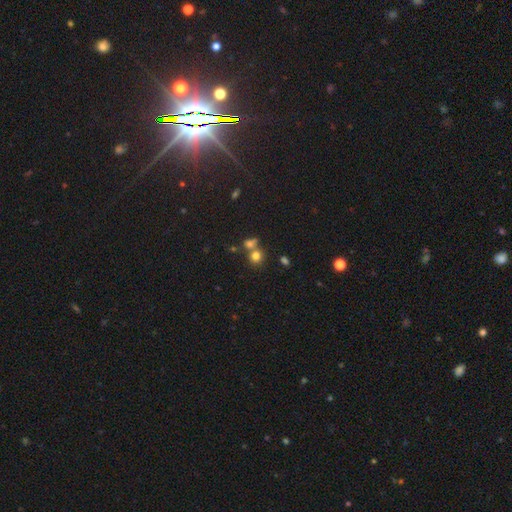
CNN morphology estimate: Q: Smooth or featured?
A: smooth (75%); runner-up: star or artifact (15%)
Q: How rounded?
A: round (82%); runner-up: in between (17%)
Q: Merging?
A: none (52%); runner-up: merger (37%)